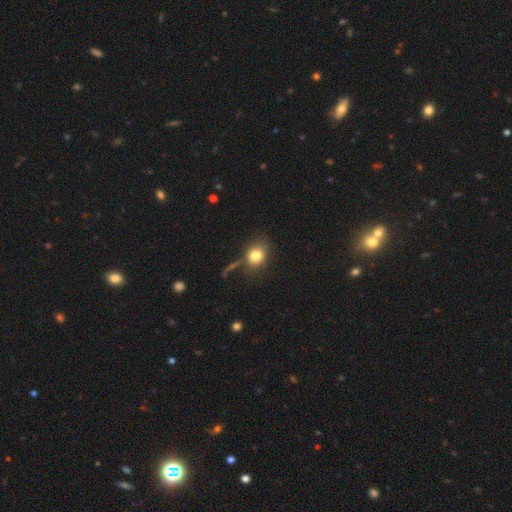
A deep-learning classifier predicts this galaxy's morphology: smooth 79%, star or artifact 11%, featured or disk 11%. Down the decision tree: how rounded — round (54%); merging — none (66%).